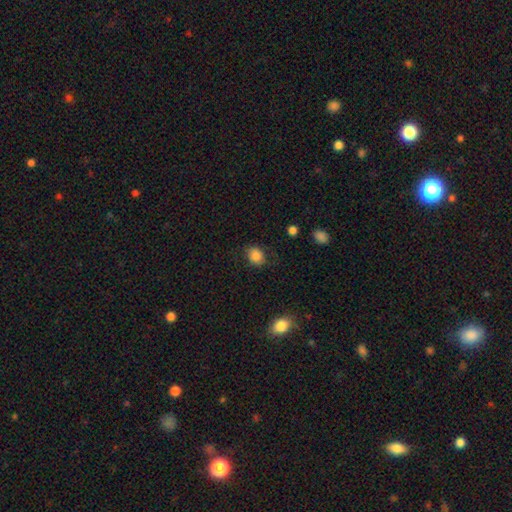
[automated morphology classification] A smooth galaxy with no disk features (85%) that is round (51%).

Vote fractions:
- Smooth or featured? smooth: 85% / star or artifact: 10% / featured or disk: 5%
- How rounded? round: 51% / in between: 48% / cigar-shaped: 1%
- Merging? none: 78% / minor disturbance: 16% / major disturbance: 5% / merger: 2%